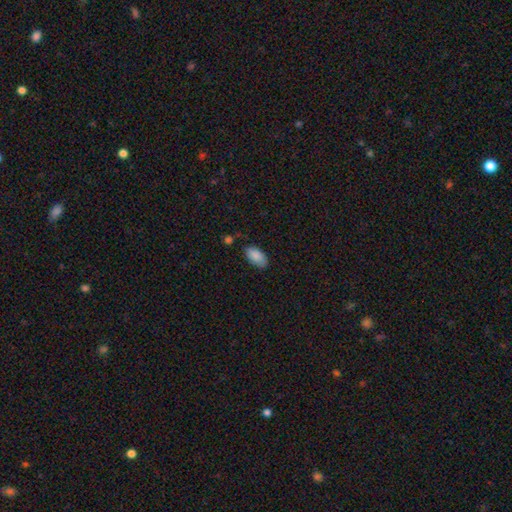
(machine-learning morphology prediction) smooth_or_featured: smooth (p=0.88) [alt: star or artifact p=0.07]
how_rounded: in between (p=0.94) [alt: round p=0.03]
merging: none (p=0.77) [alt: minor disturbance p=0.17]